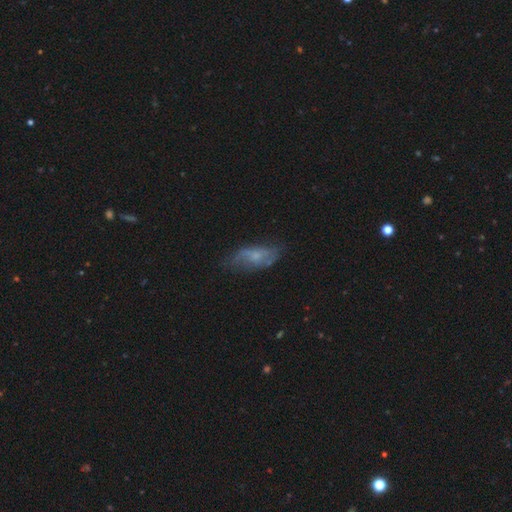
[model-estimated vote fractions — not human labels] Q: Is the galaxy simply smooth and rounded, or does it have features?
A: featured or disk — 55%.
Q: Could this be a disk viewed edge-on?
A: no — 88%.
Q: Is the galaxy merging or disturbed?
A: none — 58%.